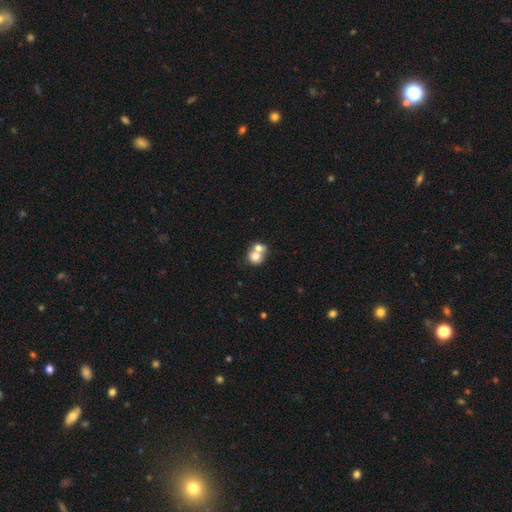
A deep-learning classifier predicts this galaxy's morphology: smooth_or_featured: smooth (p=0.70) [alt: featured or disk p=0.20]
how_rounded: round (p=0.76) [alt: in between p=0.23]
merging: merger (p=0.62) [alt: none p=0.29]